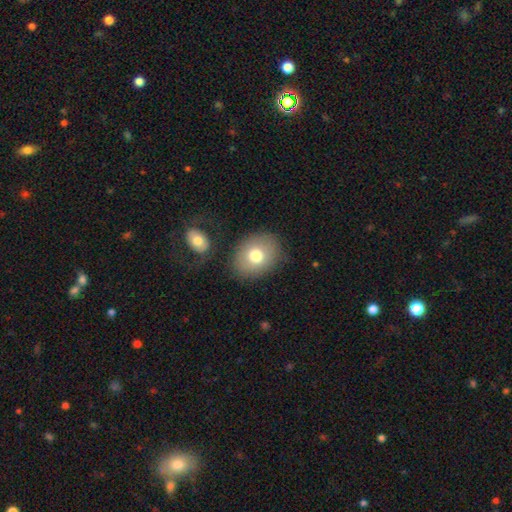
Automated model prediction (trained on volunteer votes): smooth-or-featured: smooth: 75% | featured or disk: 16% | star or artifact: 9%
  how-rounded: round: 50% (tied) | in between: 50% (tied) | cigar-shaped: 1%
  merging: none: 77% | minor disturbance: 13% | merger: 5% | major disturbance: 5%